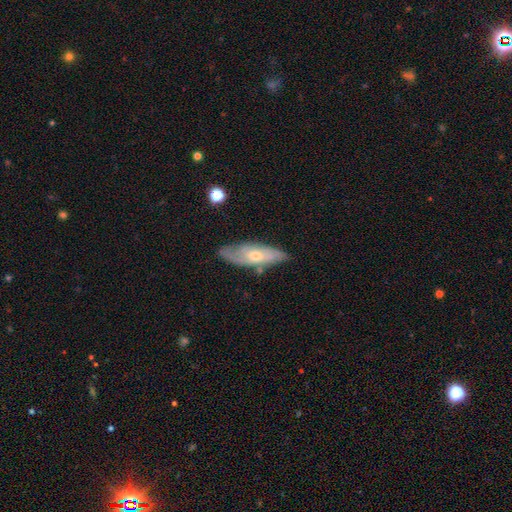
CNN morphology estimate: type=featured or disk (56%); edge-on=no (70%); merging=none (71%).